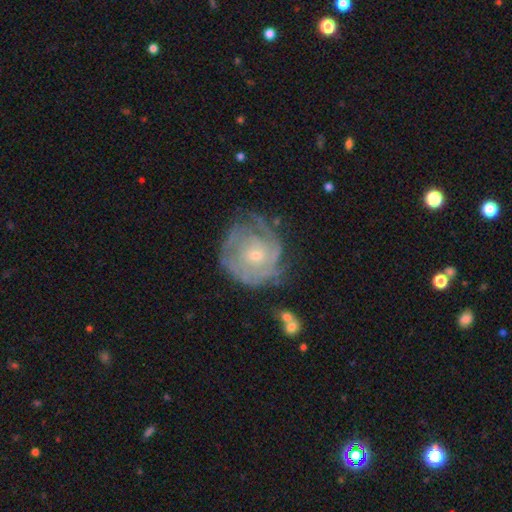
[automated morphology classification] This appears to be a featured or disk galaxy (80%) with no bar (77%), tight (72%) spiral arms (90%) and a small central bulge (73%). Merging: none (61%).